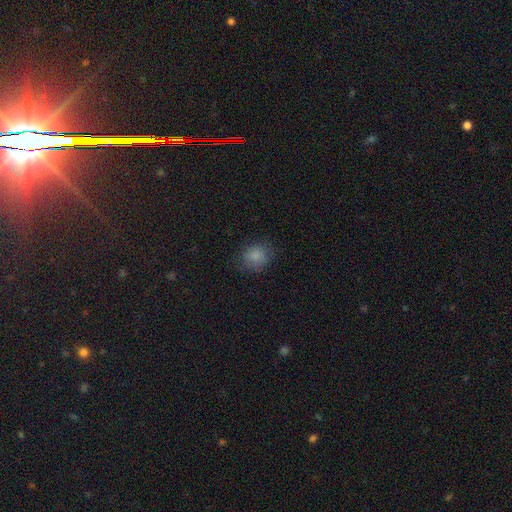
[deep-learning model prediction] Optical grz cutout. It shows a smooth galaxy with no disk features (84%) that is round (76%). Merging: none (79%).